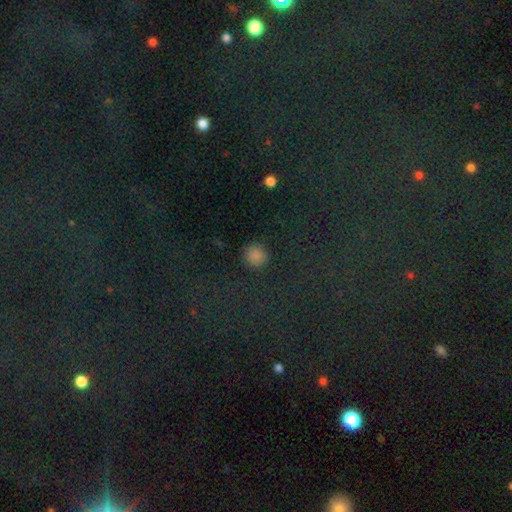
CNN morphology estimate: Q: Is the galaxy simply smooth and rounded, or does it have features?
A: smooth — 79%.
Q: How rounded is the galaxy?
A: round — 92%.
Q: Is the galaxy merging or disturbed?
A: none — 88%.